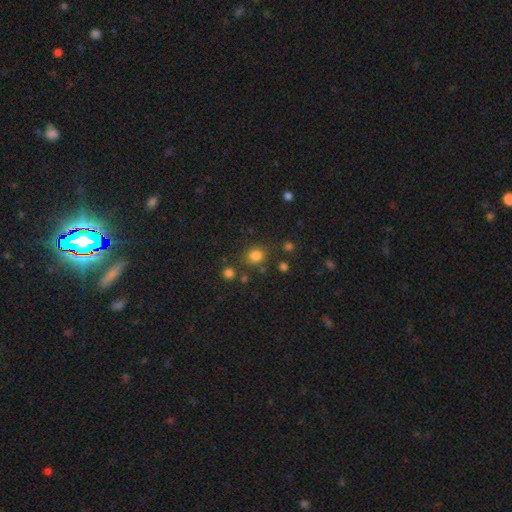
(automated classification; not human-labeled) Smooth or featured?
  - smooth: 81% *
  - star or artifact: 14%
  - featured or disk: 5%
How rounded?
  - round: 81% *
  - in between: 18%
  - cigar-shaped: 1%
Merging?
  - none: 78% *
  - minor disturbance: 11%
  - merger: 7%
  - major disturbance: 4%